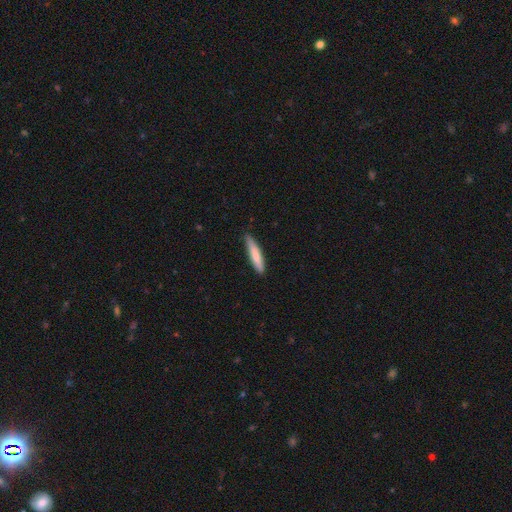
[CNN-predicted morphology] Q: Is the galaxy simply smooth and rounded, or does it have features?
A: smooth — 77%.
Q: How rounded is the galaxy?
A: cigar-shaped — 89%.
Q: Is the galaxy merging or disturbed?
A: none — 83%.